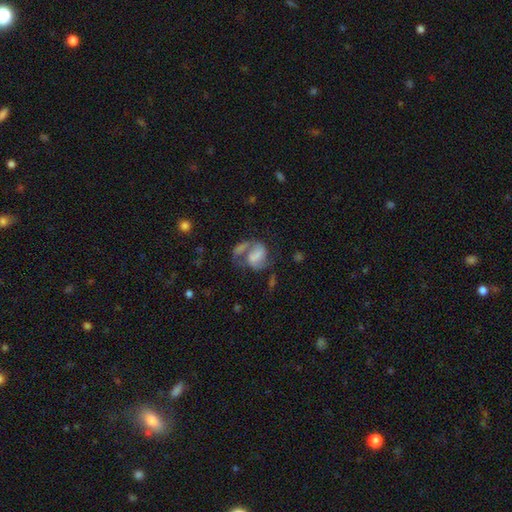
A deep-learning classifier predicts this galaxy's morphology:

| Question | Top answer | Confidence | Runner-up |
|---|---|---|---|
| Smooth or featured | featured or disk | 55% | smooth (36%) |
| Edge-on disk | no | 98% | yes (2%) |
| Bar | no | 44% | weak (35%) |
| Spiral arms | yes | 73% | no (27%) |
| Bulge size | none | 42% | small (22%) |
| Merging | merger | 30% | major disturbance (27%) |